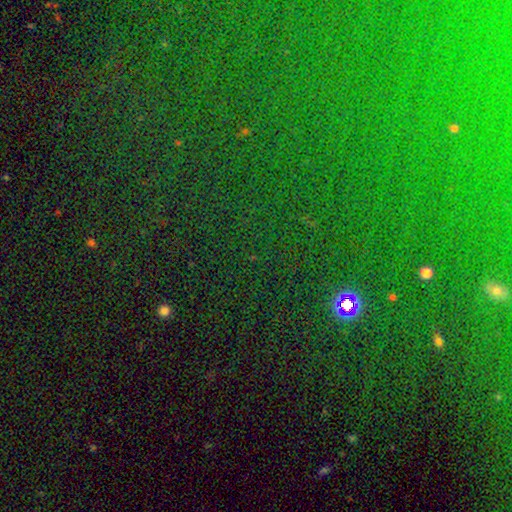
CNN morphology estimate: Smooth or featured? Predicted: star or artifact (p=0.77).